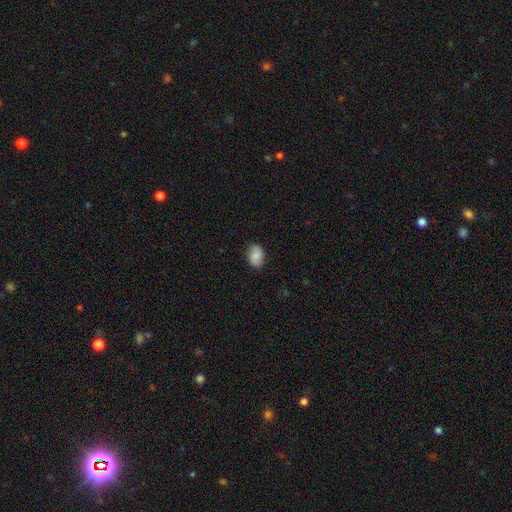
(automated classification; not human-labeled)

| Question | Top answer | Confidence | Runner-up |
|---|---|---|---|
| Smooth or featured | smooth | 80% | featured or disk (12%) |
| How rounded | in between | 82% | round (17%) |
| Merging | none | 84% | minor disturbance (12%) |